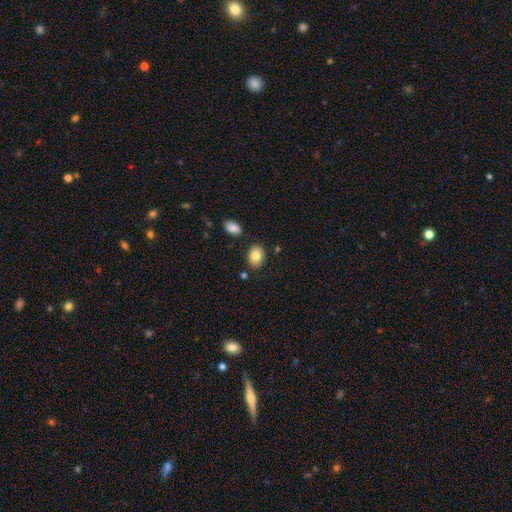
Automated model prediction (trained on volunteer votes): Smooth or featured? Predicted: smooth (p=0.83). How rounded? Predicted: in between (p=0.78). Merging? Predicted: none (p=0.83).